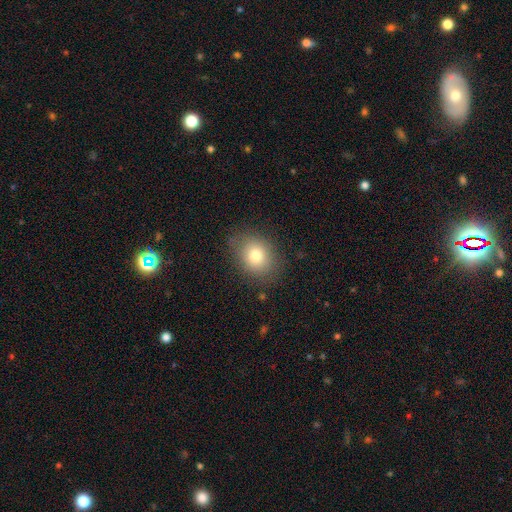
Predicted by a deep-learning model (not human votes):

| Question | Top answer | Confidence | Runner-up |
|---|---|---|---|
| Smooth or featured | smooth | 78% | star or artifact (11%) |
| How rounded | round | 51% | in between (48%) |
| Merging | none | 82% | minor disturbance (13%) |